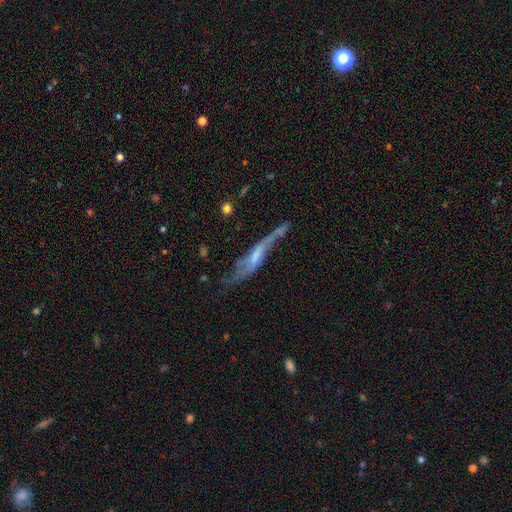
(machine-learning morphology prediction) smooth-or-featured: featured or disk: 69% | smooth: 23% | star or artifact: 8%
  disk-edge-on: no: 55% | yes: 45%
  merging: none: 40% | minor disturbance: 27% | major disturbance: 24% | merger: 9%